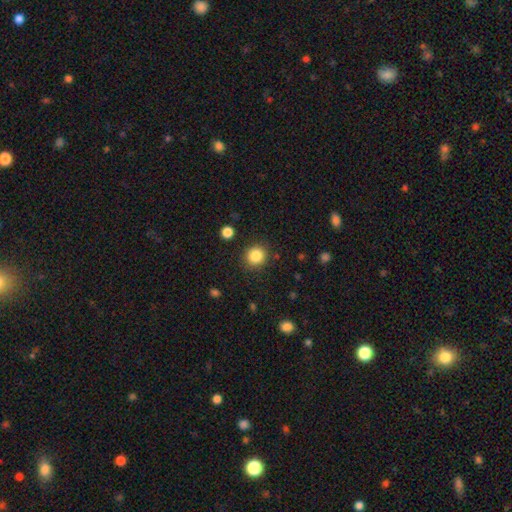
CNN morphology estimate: smooth 85%, star or artifact 10%, featured or disk 4%. Down the decision tree: how rounded — round (90%); merging — none (89%).